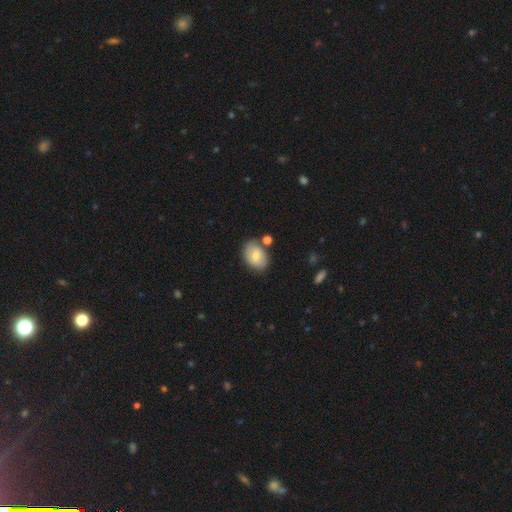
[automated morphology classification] Smooth or featured? Predicted: smooth (p=0.70). How rounded? Predicted: in between (p=0.77). Merging? Predicted: none (p=0.70).